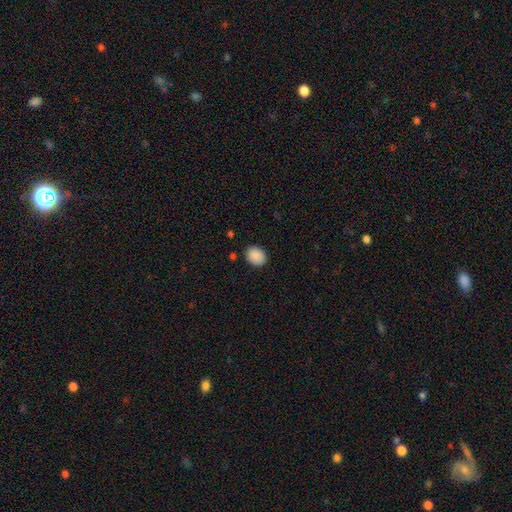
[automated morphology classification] Smooth or featured: smooth — 90% (star or artifact — 8%)
How rounded: in between — 54% (round — 45%)
Merging: none — 87% (minor disturbance — 9%)